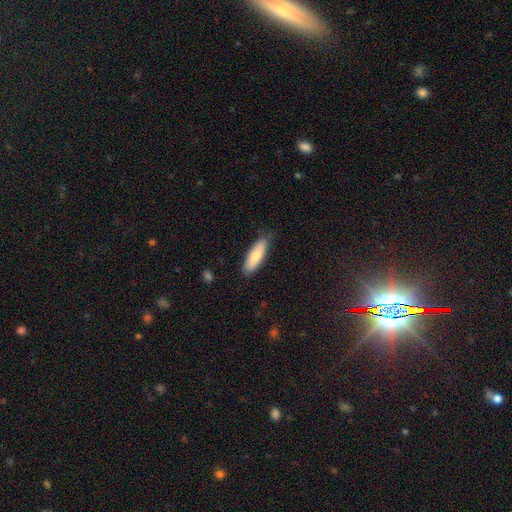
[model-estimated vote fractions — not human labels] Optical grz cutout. It shows a smooth galaxy with no disk features (77%) that is in between round and cigar-shaped (57%). Merging: none (82%).